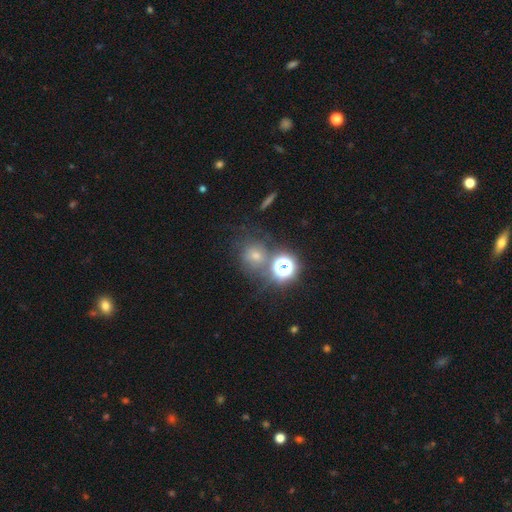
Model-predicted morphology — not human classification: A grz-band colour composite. It shows a smooth galaxy with no disk features (44%). Merging: none (66%).